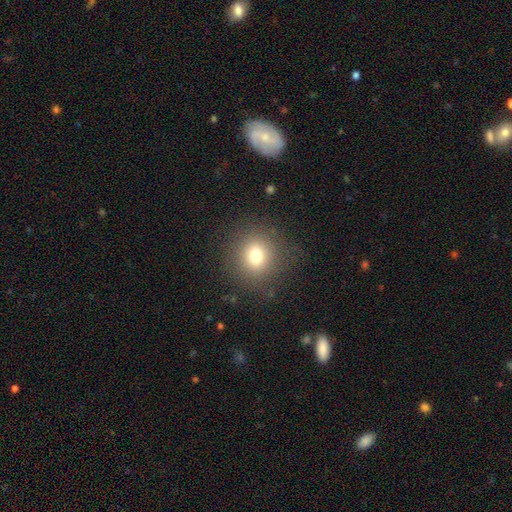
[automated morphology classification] Smooth or featured? Predicted: smooth (p=0.75). How rounded? Predicted: round (p=0.87). Merging? Predicted: none (p=0.86).